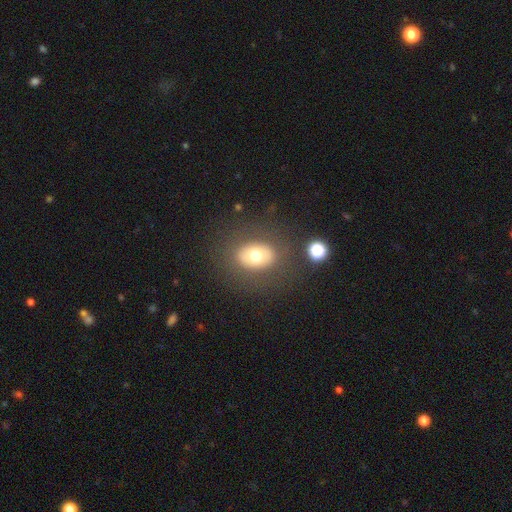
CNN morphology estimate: Smooth or featured: smooth — 67% (featured or disk — 22%)
How rounded: in between — 62% (round — 37%)
Merging: none — 81% (minor disturbance — 10%)